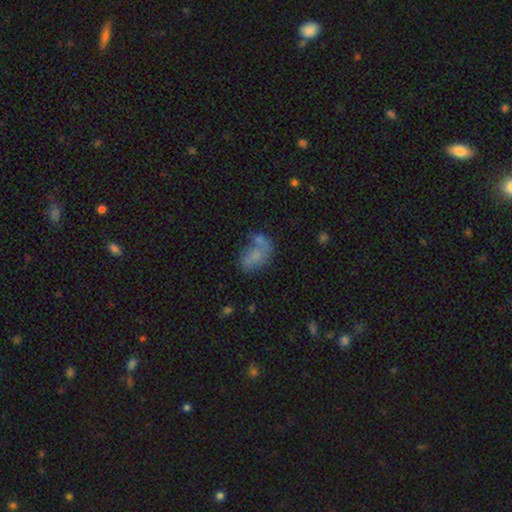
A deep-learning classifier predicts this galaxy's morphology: This appears to be a smooth galaxy with no disk features (65%) that is in between round and cigar-shaped (87%). Merging: none (34%).